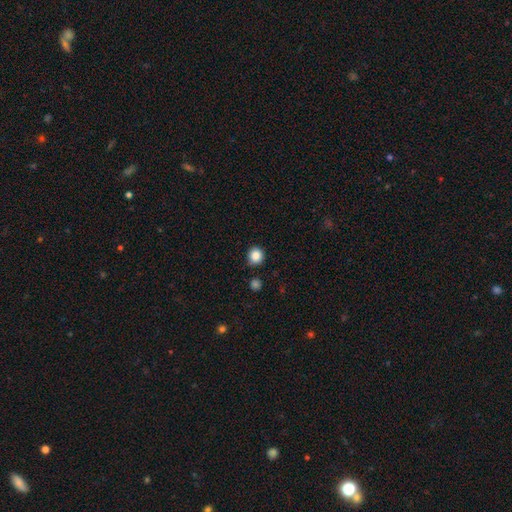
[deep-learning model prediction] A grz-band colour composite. It shows a smooth galaxy with no disk features (86%) that is round (92%). Merging: none (86%).